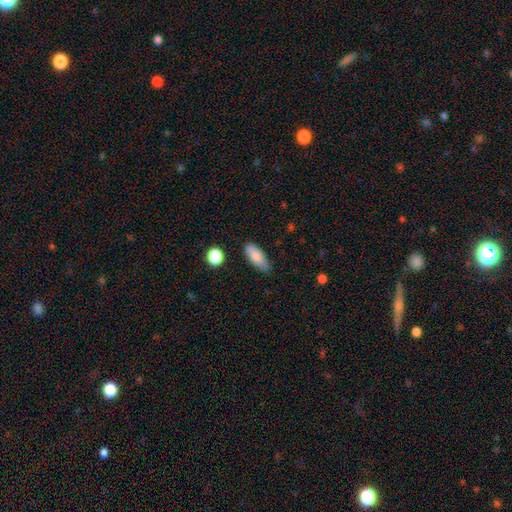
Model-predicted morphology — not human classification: Overall: smooth (81%). How rounded: in between (77%). Merging: none (75%).